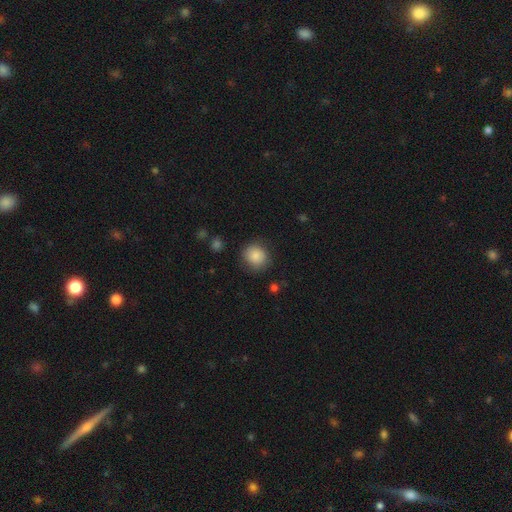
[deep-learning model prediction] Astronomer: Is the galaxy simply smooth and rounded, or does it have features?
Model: smooth — 85%.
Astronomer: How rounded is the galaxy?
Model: round — 86%.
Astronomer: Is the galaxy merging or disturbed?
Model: none — 82%.